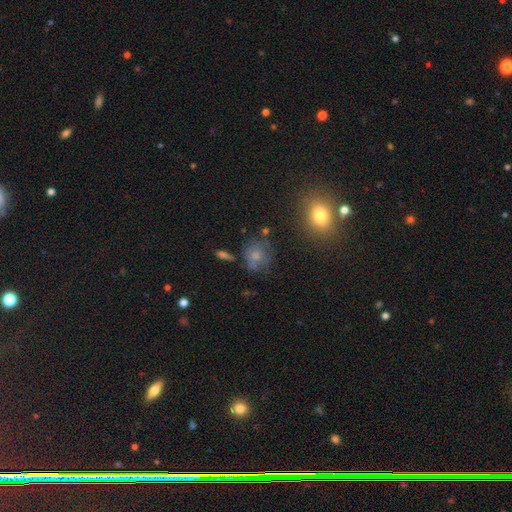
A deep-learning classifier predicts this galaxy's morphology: smooth 66%, featured or disk 21%, star or artifact 14%. Down the decision tree: how rounded — round (74%); merging — none (60%).